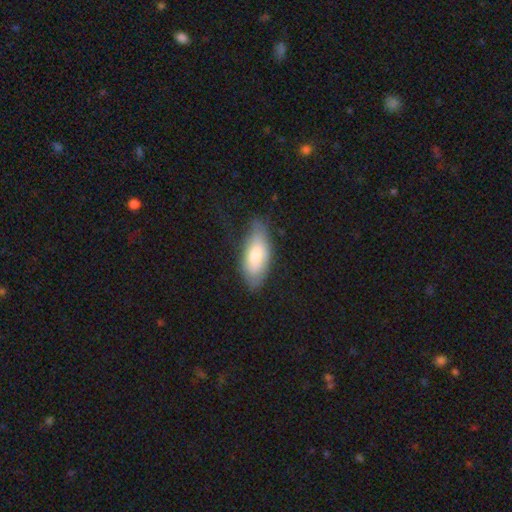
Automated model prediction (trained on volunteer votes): Overall: smooth (70%). How rounded: in between (83%). Merging: none (62%; minor disturbance 28%).